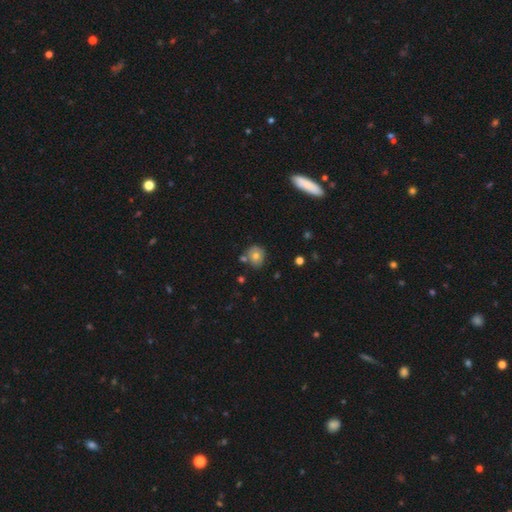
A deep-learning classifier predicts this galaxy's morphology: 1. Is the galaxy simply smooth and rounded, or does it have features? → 68% smooth, 21% featured or disk, 10% star or artifact.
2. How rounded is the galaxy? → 75% round, 24% in between, 1% cigar-shaped.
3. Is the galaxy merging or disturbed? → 66% none, 17% minor disturbance, 12% merger, 4% major disturbance.